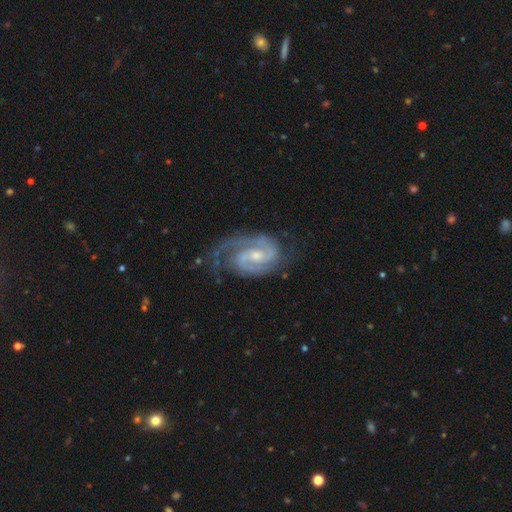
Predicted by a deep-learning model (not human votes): A featured or disk galaxy (92%) with a weak bar (47%), 2 (82%) tight (47%) spiral arms (98%) and a small central bulge (51%). Merging: none (66%).